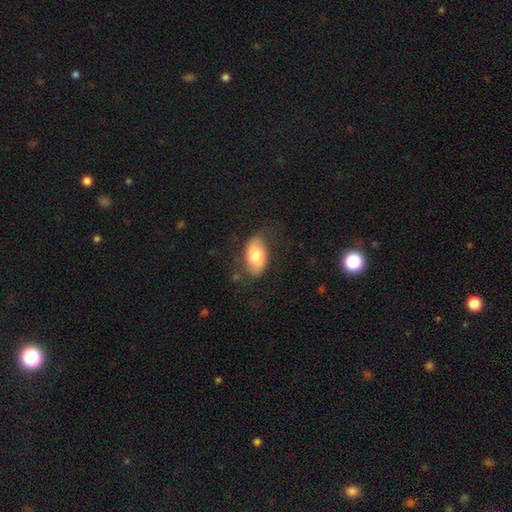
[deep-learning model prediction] A smooth galaxy with no disk features (65%) that is in between round and cigar-shaped (93%). Merging: none (70%).